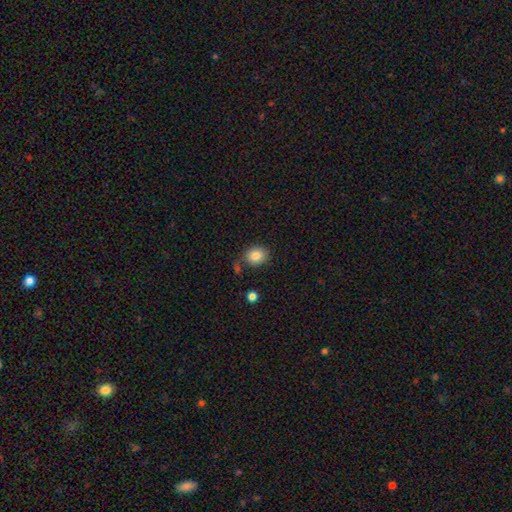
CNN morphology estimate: Smooth or featured?
  - smooth: 84% *
  - star or artifact: 9%
  - featured or disk: 7%
How rounded?
  - round: 68% *
  - in between: 31%
  - cigar-shaped: 1%
Merging?
  - none: 71% *
  - minor disturbance: 15%
  - merger: 8%
  - major disturbance: 6%